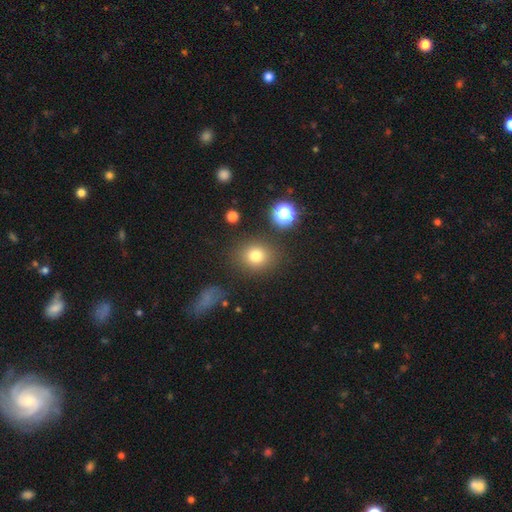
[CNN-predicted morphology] Smooth or featured: smooth — 78% (star or artifact — 14%)
How rounded: round — 74% (in between — 25%)
Merging: none — 82% (minor disturbance — 10%)